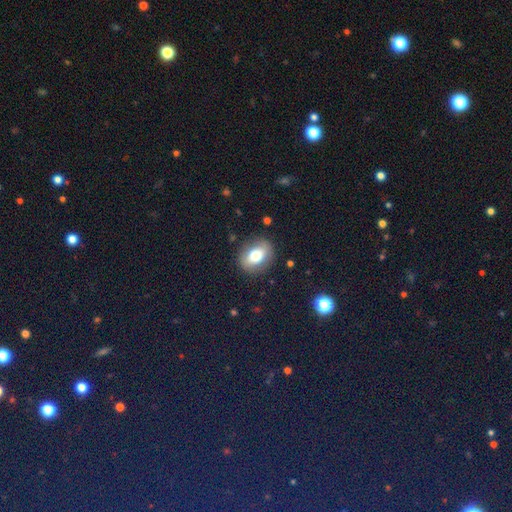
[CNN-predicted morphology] This appears to be a smooth galaxy with no disk features (67%) that is in between round and cigar-shaped (59%). Merging: none (84%).